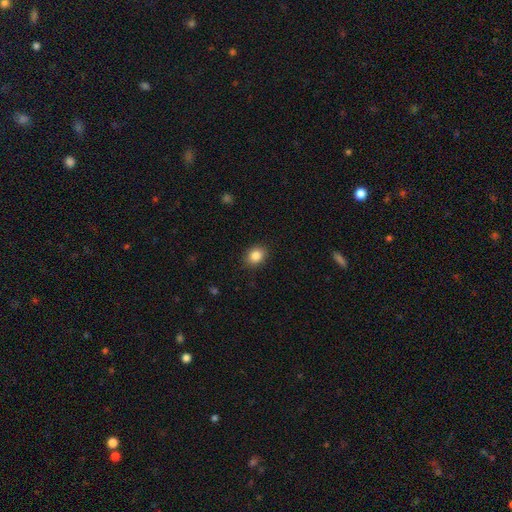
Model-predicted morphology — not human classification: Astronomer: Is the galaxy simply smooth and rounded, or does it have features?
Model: smooth — 85%.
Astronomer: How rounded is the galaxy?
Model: in between — 51% (runner-up: round, 48%).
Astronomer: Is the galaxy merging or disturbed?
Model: none — 88%.